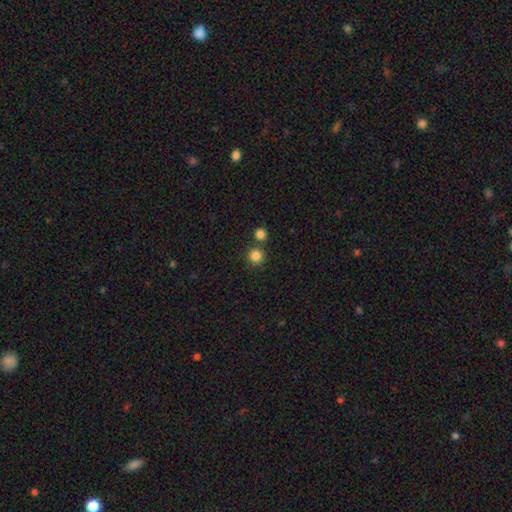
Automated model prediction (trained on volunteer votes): A smooth galaxy with no disk features (84%) that is round (95%).

Vote fractions:
- Smooth or featured? smooth: 84% / star or artifact: 12% / featured or disk: 4%
- How rounded? round: 95% / in between: 4% / cigar-shaped: 1%
- Merging? none: 79% / merger: 13% / minor disturbance: 6% / major disturbance: 2%